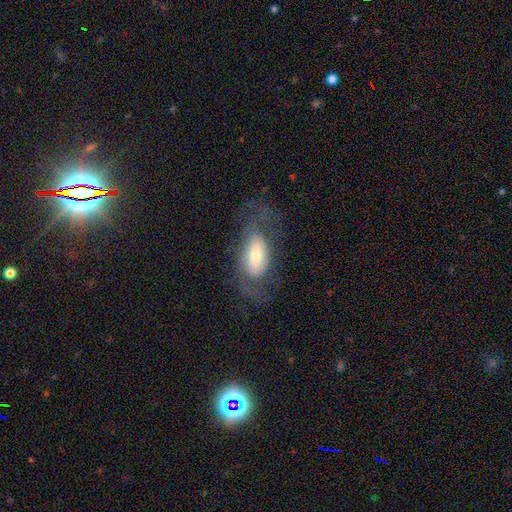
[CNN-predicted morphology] Smooth or featured?
  - featured or disk: 55% *
  - smooth: 31%
  - star or artifact: 14%
Edge-on disk?
  - no: 85% *
  - yes: 15%
Merging?
  - none: 63% *
  - minor disturbance: 18%
  - major disturbance: 18%
  - merger: 2%